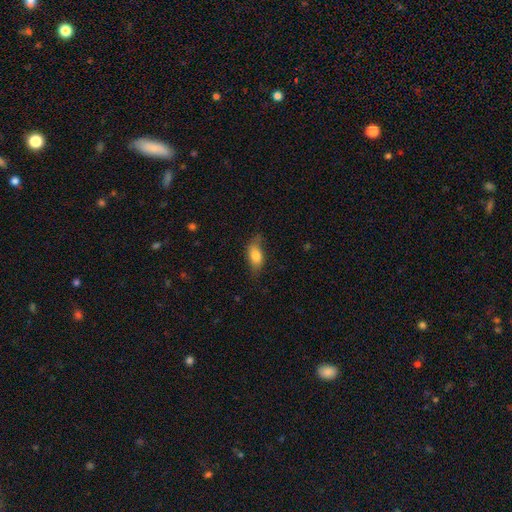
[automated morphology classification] Q: Smooth or featured?
A: smooth (75%); runner-up: featured or disk (18%)
Q: How rounded?
A: in between (85%); runner-up: cigar-shaped (9%)
Q: Merging?
A: none (63%); runner-up: minor disturbance (27%)